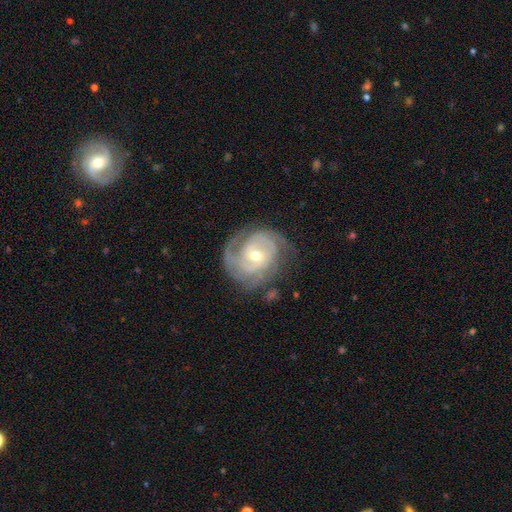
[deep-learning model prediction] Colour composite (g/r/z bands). It shows a featured or disk galaxy (88%) with no bar (53%), 2 (43%) tight (64%) spiral arms (96%) and a moderate central bulge (53%). Merging: none (69%).